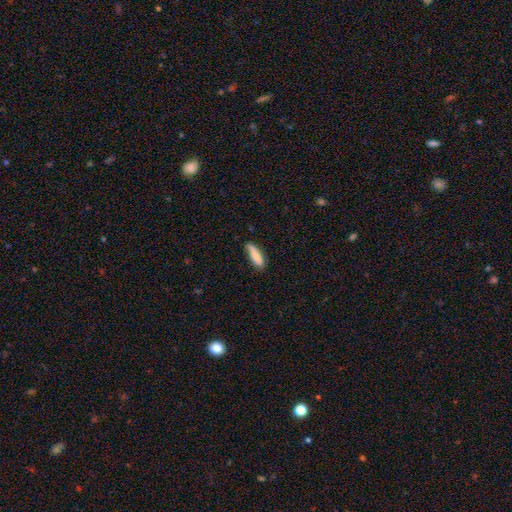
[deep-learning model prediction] The model was most divided on "how rounded": cigar-shaped: 57%, in between: 41%, round: 2%. More confident: smooth or featured — smooth (79%); merging — none (78%).